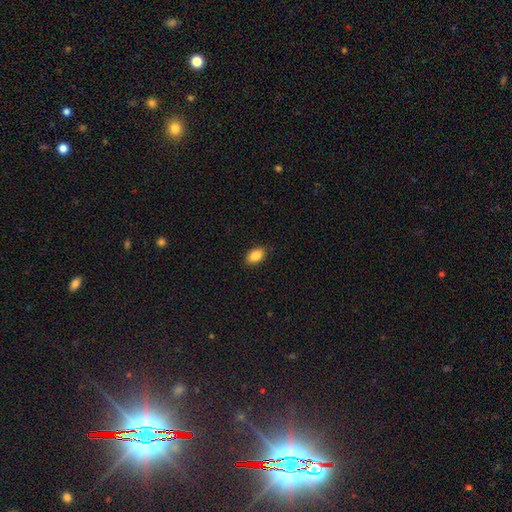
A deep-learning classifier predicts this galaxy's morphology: smooth-or-featured: smooth: 86% | star or artifact: 8% | featured or disk: 6%
  how-rounded: in between: 87% | round: 11% | cigar-shaped: 2%
  merging: none: 87% | minor disturbance: 10% | major disturbance: 2% | merger: 1%